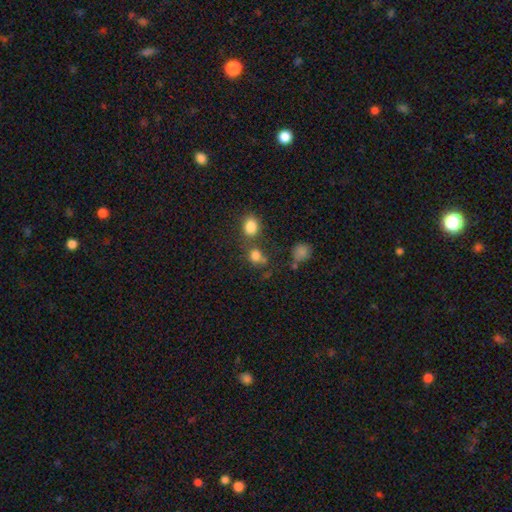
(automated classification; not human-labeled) Overall: smooth (78%). How rounded: round (75%). Merging: none (54%; merger 30%).